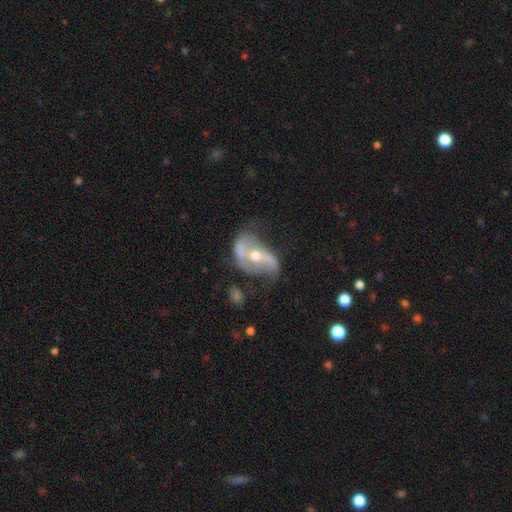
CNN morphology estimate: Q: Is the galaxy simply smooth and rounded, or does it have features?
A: featured or disk — 82%.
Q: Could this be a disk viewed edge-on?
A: no — 94%.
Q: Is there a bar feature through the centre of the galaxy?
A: no — 36%.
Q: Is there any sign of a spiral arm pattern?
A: yes — 84%.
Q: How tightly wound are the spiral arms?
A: loose — 66%.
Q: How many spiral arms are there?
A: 2 — 87%.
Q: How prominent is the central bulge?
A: moderate — 66%.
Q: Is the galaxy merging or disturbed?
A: none — 45%.